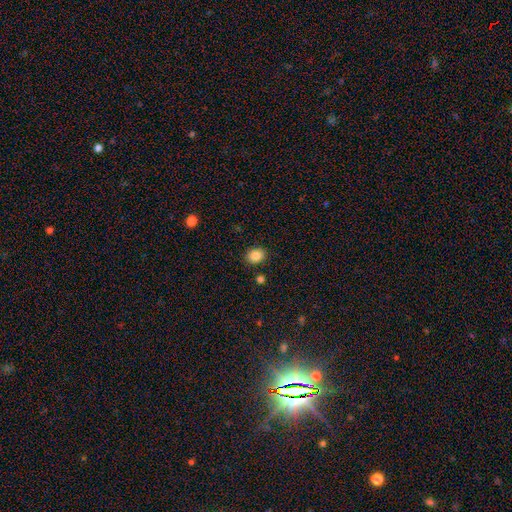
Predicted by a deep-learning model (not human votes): This is clearly a smooth galaxy (86%). How rounded: possibly round (55%). Merging: clearly none (88%).